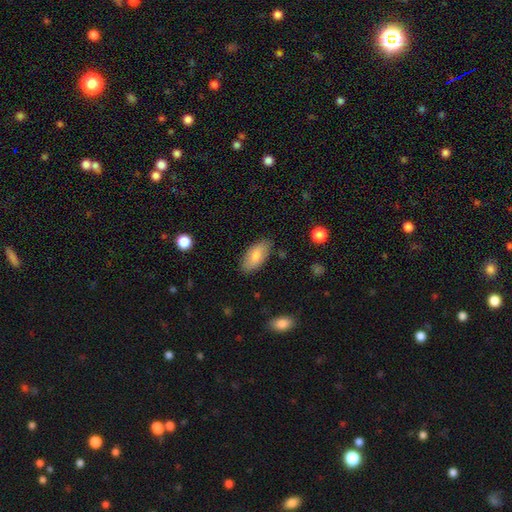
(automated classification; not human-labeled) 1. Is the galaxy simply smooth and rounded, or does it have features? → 80% smooth, 14% featured or disk, 6% star or artifact.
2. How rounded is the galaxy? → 91% in between, 7% cigar-shaped, 2% round.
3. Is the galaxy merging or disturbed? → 82% none, 14% minor disturbance, 3% major disturbance, 2% merger.